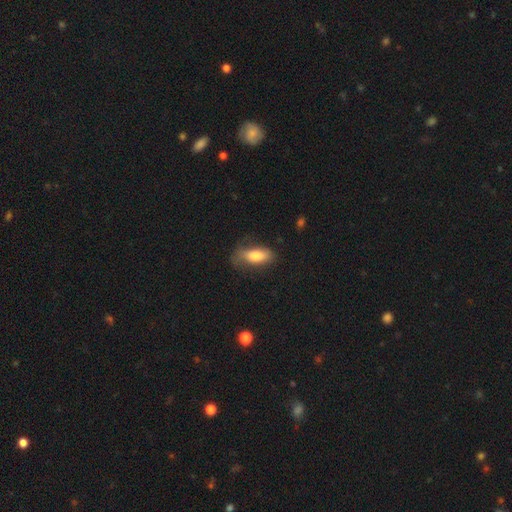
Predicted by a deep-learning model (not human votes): This is likely a smooth galaxy (74%). How rounded: likely in between (79%). Merging: possibly none (53%).